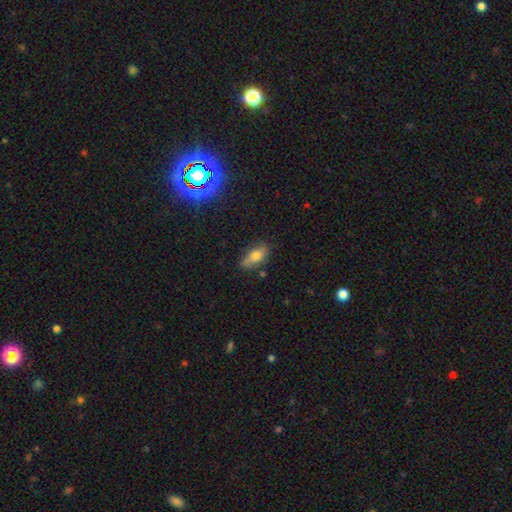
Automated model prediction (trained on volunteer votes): smooth_or_featured: smooth (p=0.64) [alt: featured or disk p=0.27]
how_rounded: in between (p=0.76) [alt: cigar-shaped p=0.19]
merging: none (p=0.68) [alt: minor disturbance p=0.22]